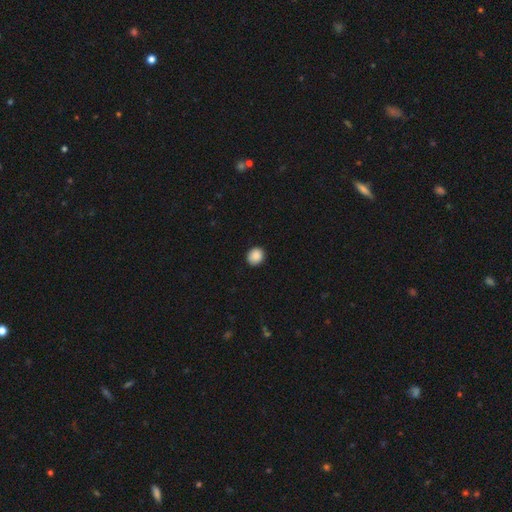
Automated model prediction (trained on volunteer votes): A smooth galaxy with no disk features (89%) that is round (77%). Merging: none (90%).